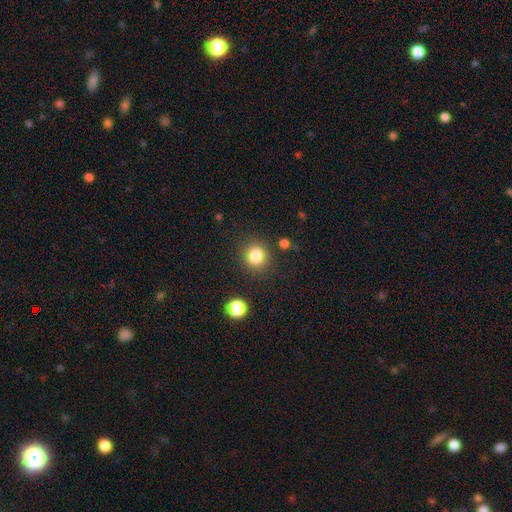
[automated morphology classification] Smooth or featured? smooth (83%)
How rounded? round (86%)
Merging? none (85%)